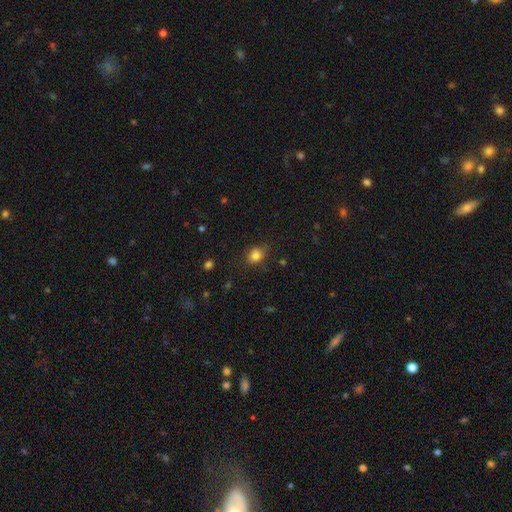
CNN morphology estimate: Smooth or featured?
  - smooth: 82% *
  - star or artifact: 12%
  - featured or disk: 7%
How rounded?
  - round: 57% *
  - in between: 42%
  - cigar-shaped: 1%
Merging?
  - none: 71% *
  - minor disturbance: 22%
  - major disturbance: 5%
  - merger: 2%